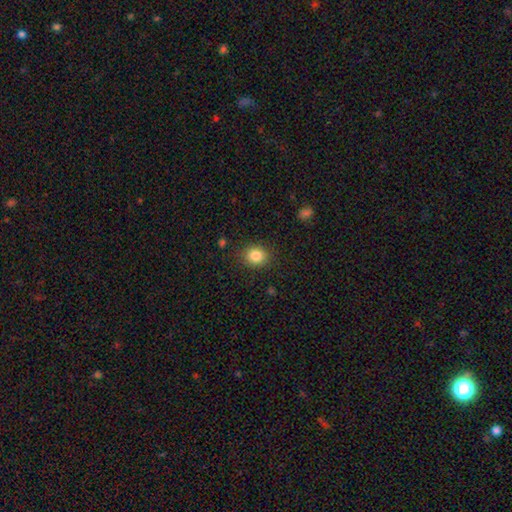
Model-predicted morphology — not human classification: Overall: smooth (85%). How rounded: round (75%). Merging: none (86%).